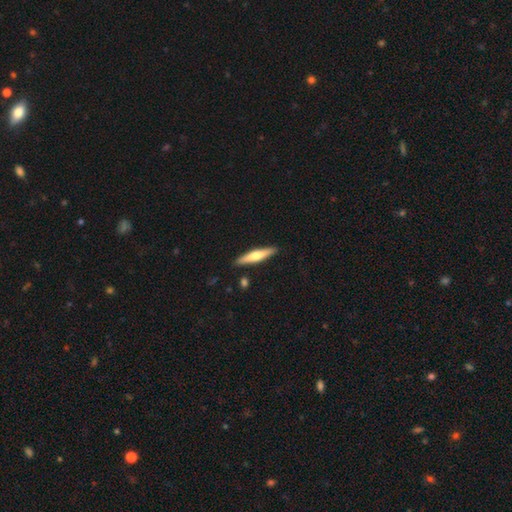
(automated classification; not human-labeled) smooth-or-featured: featured or disk: 49% | smooth: 46% | star or artifact: 5%
  merging: none: 89% | minor disturbance: 8% | merger: 2% | major disturbance: 2%